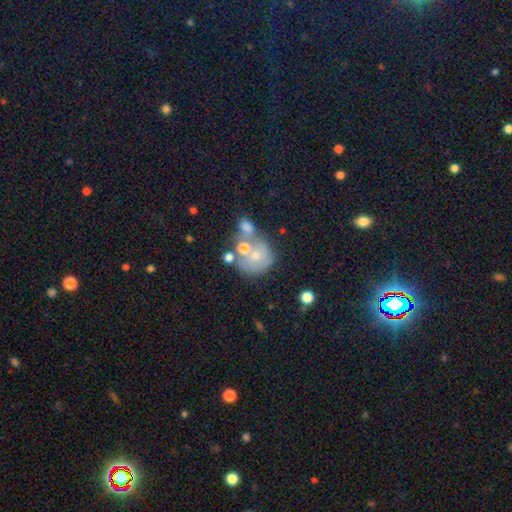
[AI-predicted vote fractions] Q: Smooth or featured?
A: smooth (51%); runner-up: featured or disk (36%)
Q: How rounded?
A: round (77%); runner-up: in between (22%)
Q: Merging?
A: merger (41%); runner-up: none (29%)